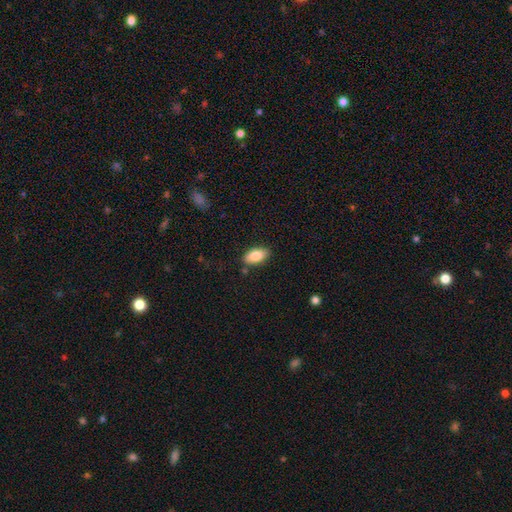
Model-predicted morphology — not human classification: smooth_or_featured: smooth (p=0.81) [alt: featured or disk p=0.12]
how_rounded: in between (p=0.92) [alt: cigar-shaped p=0.05]
merging: none (p=0.84) [alt: minor disturbance p=0.11]